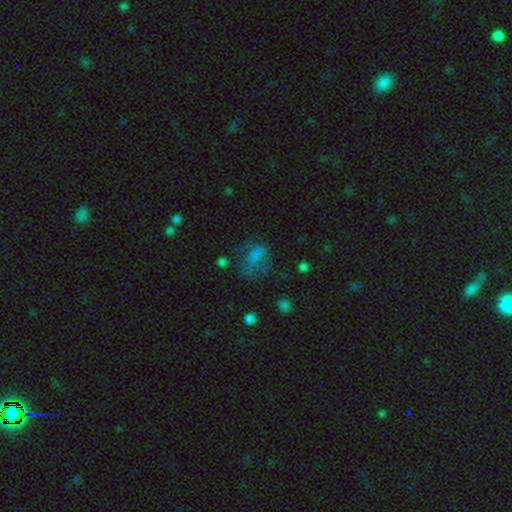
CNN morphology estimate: type=smooth (56%); roundness=in between (73%); merging=none (41%).